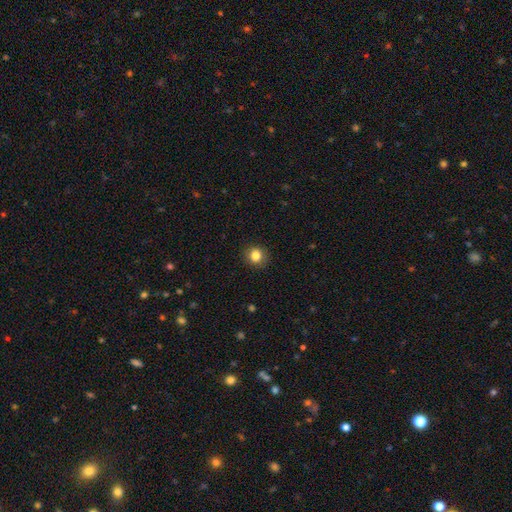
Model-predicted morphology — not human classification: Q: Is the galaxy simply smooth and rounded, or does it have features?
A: smooth — 83%.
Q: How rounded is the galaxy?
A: round — 84%.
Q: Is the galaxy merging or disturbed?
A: none — 87%.